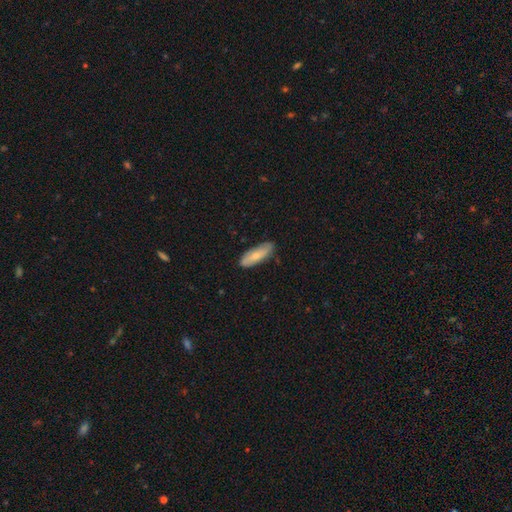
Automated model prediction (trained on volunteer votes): smooth 69%, featured or disk 25%, star or artifact 6%. Down the decision tree: how rounded — in between (57%); merging — none (83%).